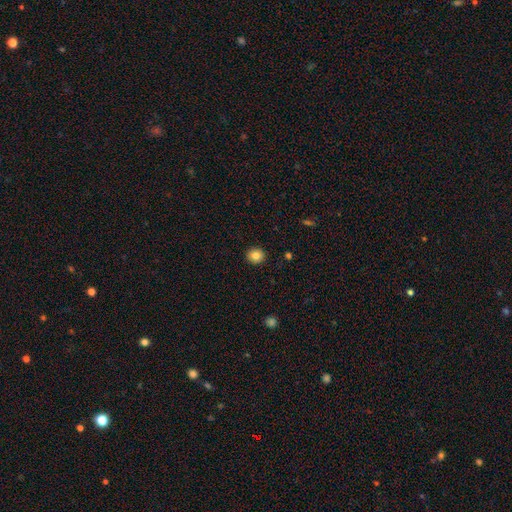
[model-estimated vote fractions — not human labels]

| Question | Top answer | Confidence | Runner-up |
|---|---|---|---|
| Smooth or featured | smooth | 83% | star or artifact (10%) |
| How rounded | round | 88% | in between (11%) |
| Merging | none | 92% | minor disturbance (5%) |